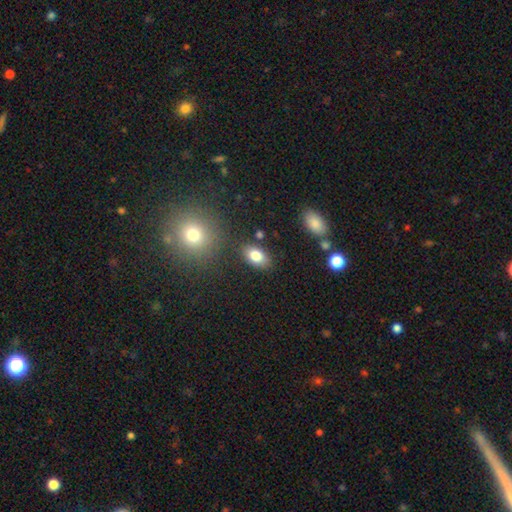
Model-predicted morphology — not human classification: Overall: smooth (82%). How rounded: in between (89%). Merging: none (82%).